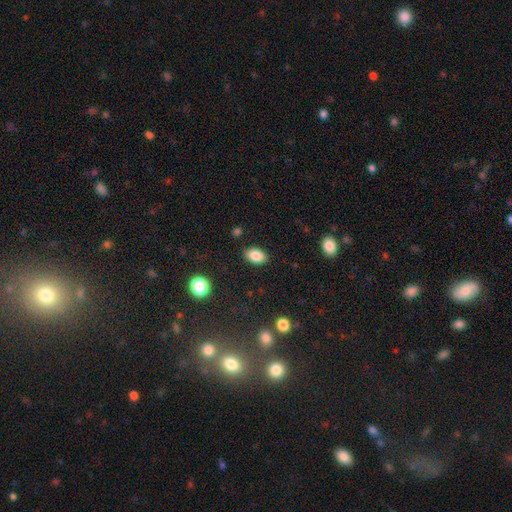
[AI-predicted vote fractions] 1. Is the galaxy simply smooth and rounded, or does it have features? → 85% smooth, 9% star or artifact, 7% featured or disk.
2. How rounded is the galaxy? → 88% in between, 11% round, 1% cigar-shaped.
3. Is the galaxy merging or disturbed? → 87% none, 9% minor disturbance, 2% major disturbance, 1% merger.